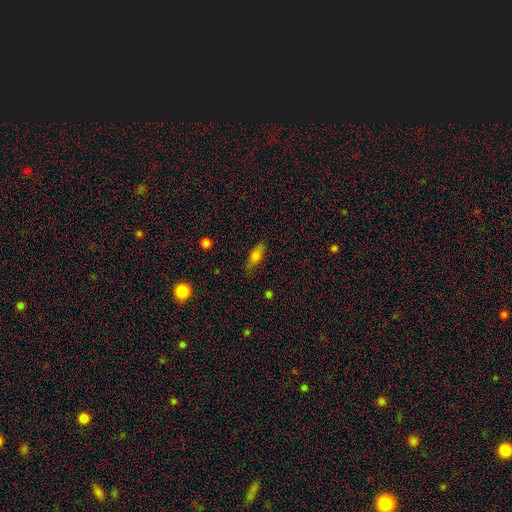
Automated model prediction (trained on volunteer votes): Smooth or featured?
  - smooth: 77% *
  - featured or disk: 13%
  - star or artifact: 10%
How rounded?
  - in between: 76% *
  - cigar-shaped: 21%
  - round: 3%
Merging?
  - none: 76% *
  - minor disturbance: 18%
  - major disturbance: 4%
  - merger: 2%